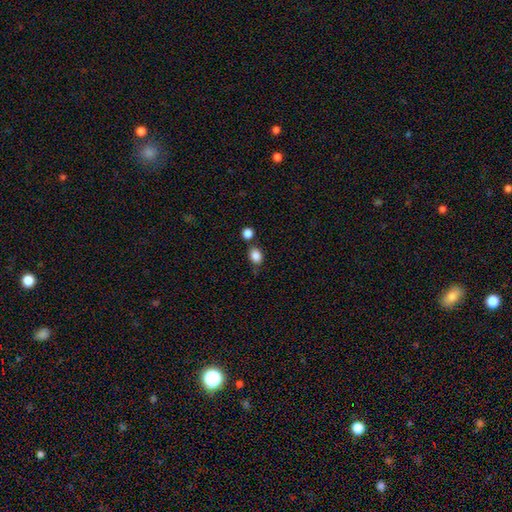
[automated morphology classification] Smooth or featured: smooth — 86% (star or artifact — 10%)
How rounded: in between — 55% (round — 44%)
Merging: none — 65% (minor disturbance — 16%)